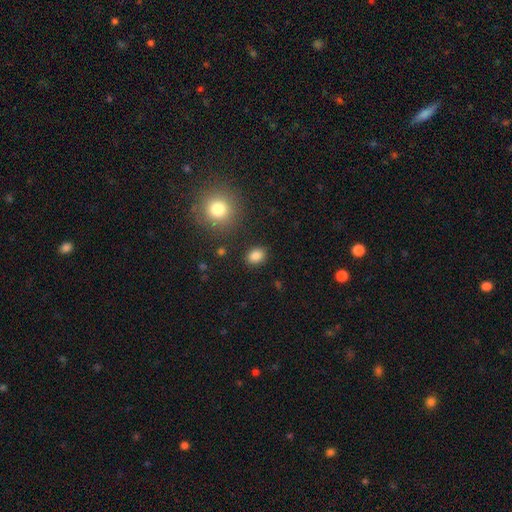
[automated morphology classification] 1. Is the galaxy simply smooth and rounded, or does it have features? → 85% smooth, 11% star or artifact, 5% featured or disk.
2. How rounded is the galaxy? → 55% in between, 44% round, 1% cigar-shaped.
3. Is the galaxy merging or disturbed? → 86% none, 9% minor disturbance, 3% major disturbance, 2% merger.